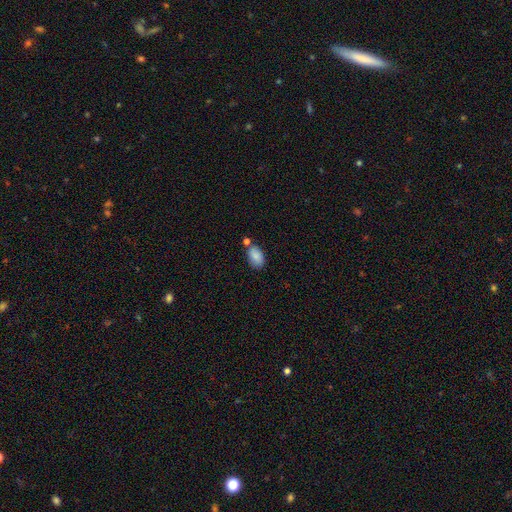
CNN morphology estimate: Overall: smooth (85%). How rounded: in between (92%). Merging: none (64%).